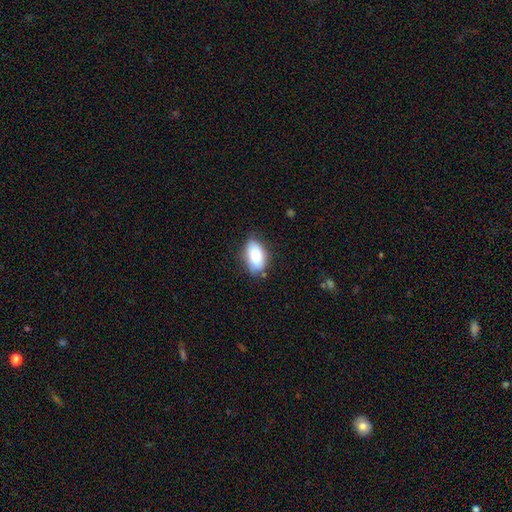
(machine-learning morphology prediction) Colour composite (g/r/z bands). It shows a smooth galaxy with no disk features (82%) that is in between round and cigar-shaped (93%). Merging: none (75%).